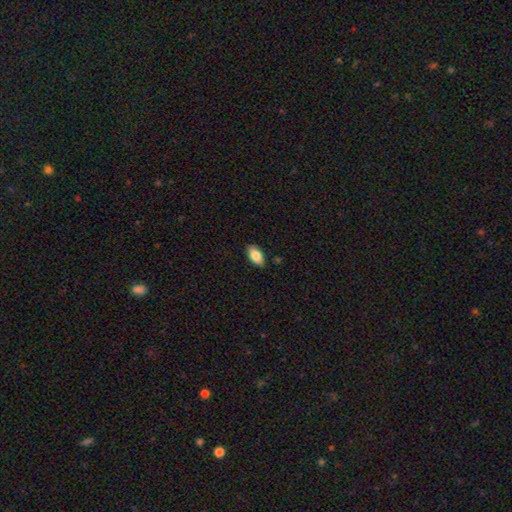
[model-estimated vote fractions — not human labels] The model was most divided on "smooth or featured": smooth: 83%, featured or disk: 10%, star or artifact: 7%. More confident: how rounded — in between (93%); merging — none (86%).